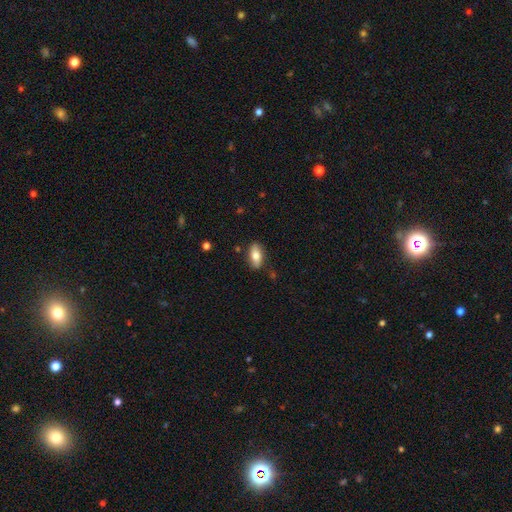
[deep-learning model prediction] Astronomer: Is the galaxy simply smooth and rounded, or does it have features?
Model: smooth — 77%.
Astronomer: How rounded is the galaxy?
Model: in between — 87%.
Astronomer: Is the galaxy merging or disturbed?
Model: none — 81%.